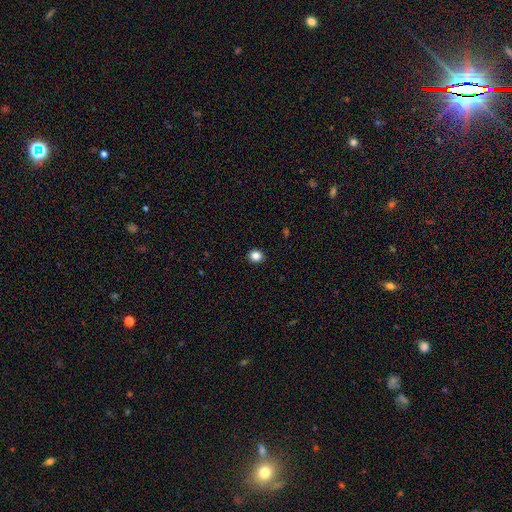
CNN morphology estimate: Smooth or featured? Predicted: smooth (p=0.85). How rounded? Predicted: round (p=0.79). Merging? Predicted: none (p=0.92).